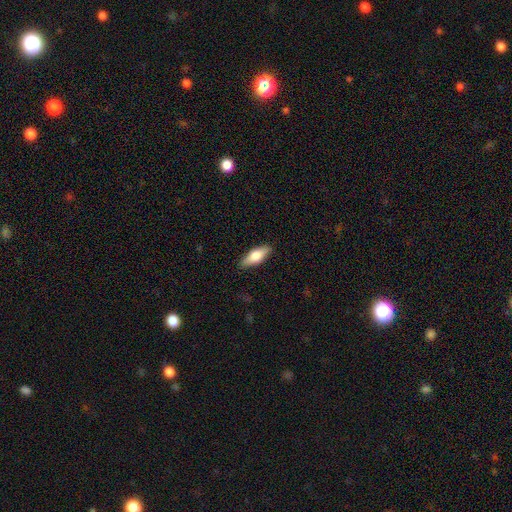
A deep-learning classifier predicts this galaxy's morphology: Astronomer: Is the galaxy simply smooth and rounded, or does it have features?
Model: smooth — 68%.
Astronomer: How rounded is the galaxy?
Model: in between — 69%.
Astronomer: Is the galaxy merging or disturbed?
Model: none — 88%.